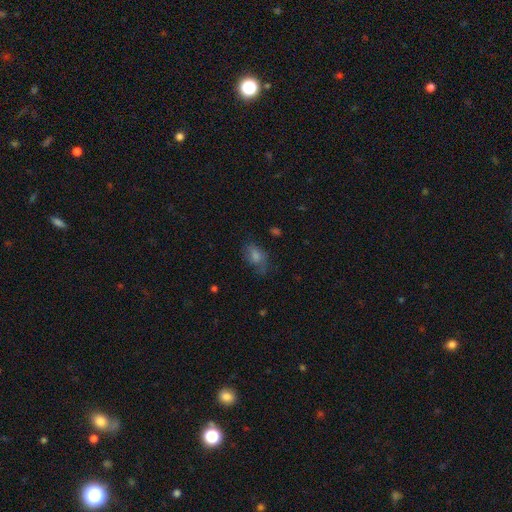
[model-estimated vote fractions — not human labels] This appears to be a smooth galaxy with no disk features (53%) that is in between round and cigar-shaped (77%). Merging: none (60%).